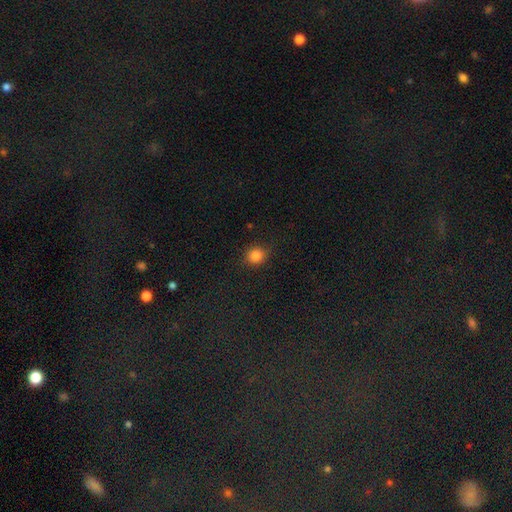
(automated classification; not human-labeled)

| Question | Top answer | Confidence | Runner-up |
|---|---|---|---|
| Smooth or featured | smooth | 84% | star or artifact (11%) |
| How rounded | round | 81% | in between (18%) |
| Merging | none | 87% | minor disturbance (9%) |